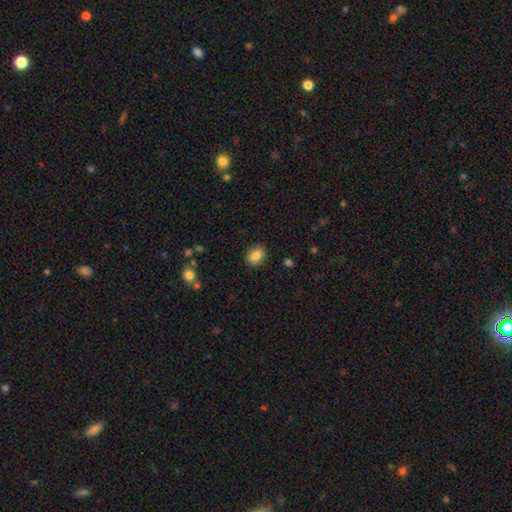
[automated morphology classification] A smooth galaxy with no disk features (85%) that is in between round and cigar-shaped (57%). Merging: none (88%).